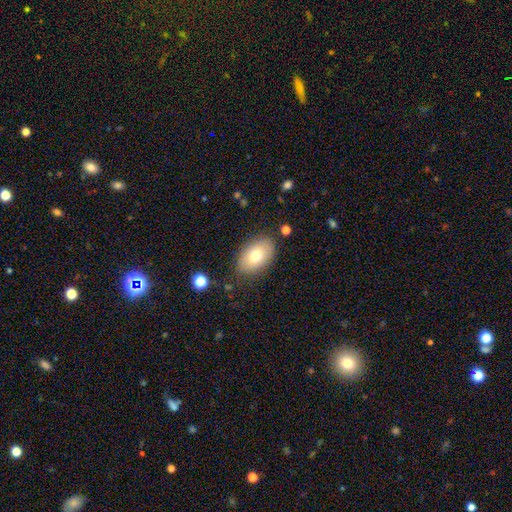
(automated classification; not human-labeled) This is likely a smooth galaxy (74%). How rounded: clearly in between (91%). Merging: clearly none (83%).